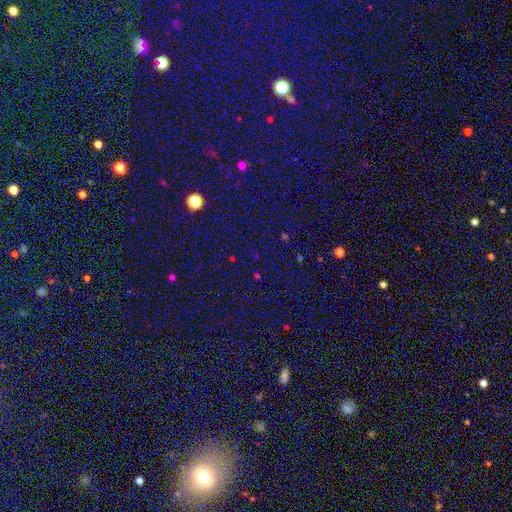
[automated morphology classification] Smooth or featured: star or artifact — 64% (smooth — 28%)